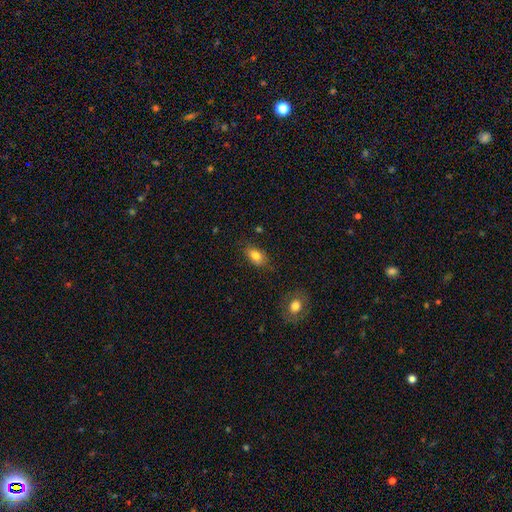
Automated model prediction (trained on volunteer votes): smooth-or-featured: smooth: 82% | featured or disk: 9% | star or artifact: 8%
  how-rounded: in between: 88% | round: 9% | cigar-shaped: 3%
  merging: none: 79% | minor disturbance: 15% | major disturbance: 4% | merger: 2%